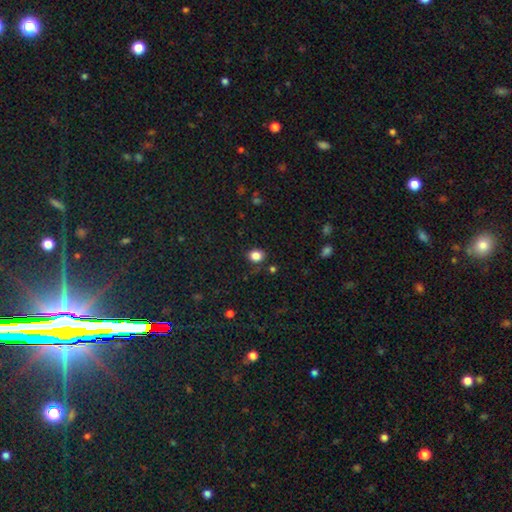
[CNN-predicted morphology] A smooth galaxy with no disk features (84%) that is round (60%). Merging: none (80%).